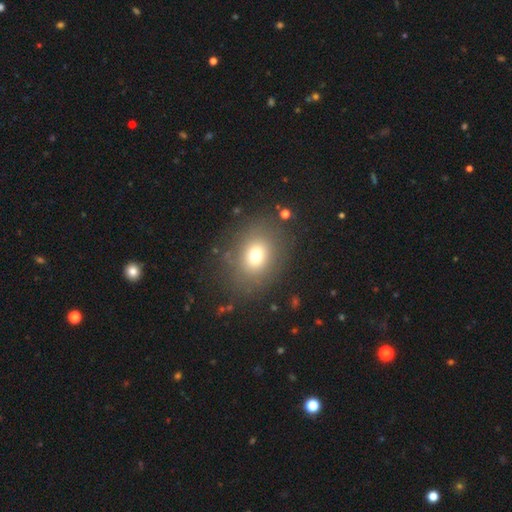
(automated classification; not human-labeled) Smooth or featured?
  - smooth: 72% *
  - star or artifact: 15%
  - featured or disk: 13%
How rounded?
  - round: 57% *
  - in between: 42%
  - cigar-shaped: 1%
Merging?
  - none: 81% *
  - minor disturbance: 11%
  - major disturbance: 6%
  - merger: 2%